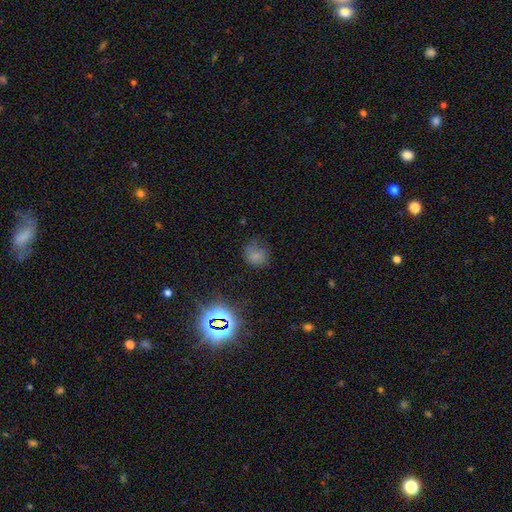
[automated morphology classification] A smooth galaxy with no disk features (66%) that is round (64%).

Vote fractions:
- Smooth or featured? smooth: 66% / star or artifact: 24% / featured or disk: 10%
- How rounded? round: 64% / in between: 35% / cigar-shaped: 1%
- Merging? none: 59% / minor disturbance: 26% / major disturbance: 13% / merger: 3%